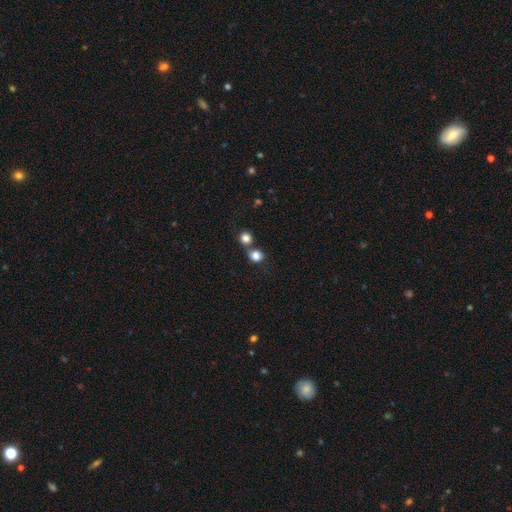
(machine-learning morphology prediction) Smooth or featured: smooth — 82% (star or artifact — 11%)
How rounded: round — 77% (in between — 22%)
Merging: none — 49% (merger — 37%)